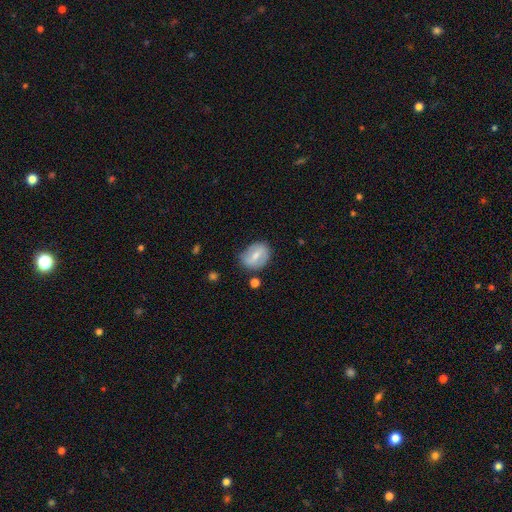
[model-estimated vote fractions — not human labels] Q: Smooth or featured?
A: smooth (47%); runner-up: featured or disk (46%)
Q: Merging?
A: none (73%); runner-up: minor disturbance (19%)